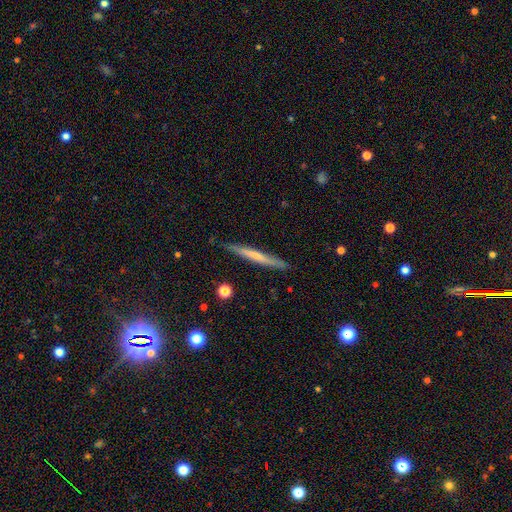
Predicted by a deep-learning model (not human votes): Overall: featured or disk (50%; smooth 44%). Merging: none (87%).